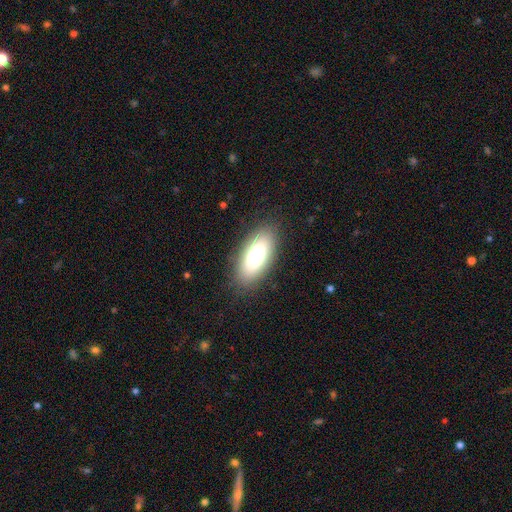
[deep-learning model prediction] Smooth or featured? Predicted: smooth (p=0.79). How rounded? Predicted: in between (p=0.85). Merging? Predicted: none (p=0.86).